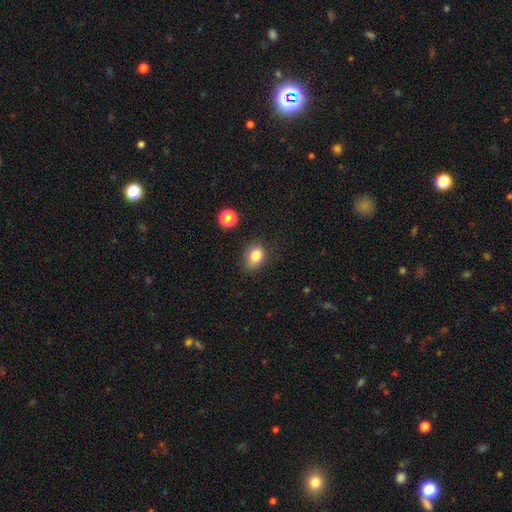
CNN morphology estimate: The model was most divided on "how rounded": in between: 59%, round: 40%, cigar-shaped: 1%. More confident: smooth or featured — smooth (82%); merging — none (64%).